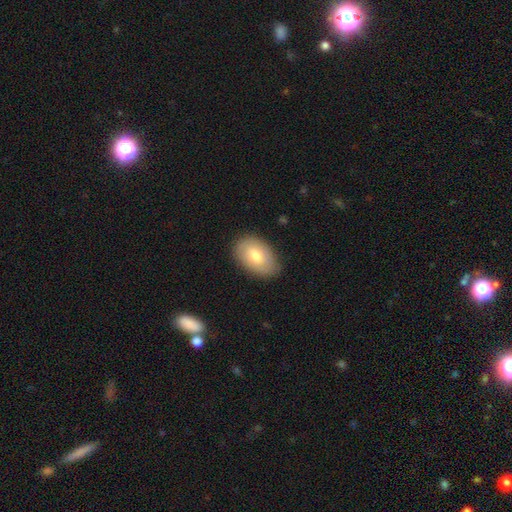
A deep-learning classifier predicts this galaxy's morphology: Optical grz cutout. It shows a smooth galaxy with no disk features (72%) that is in between round and cigar-shaped (90%). Merging: none (81%).